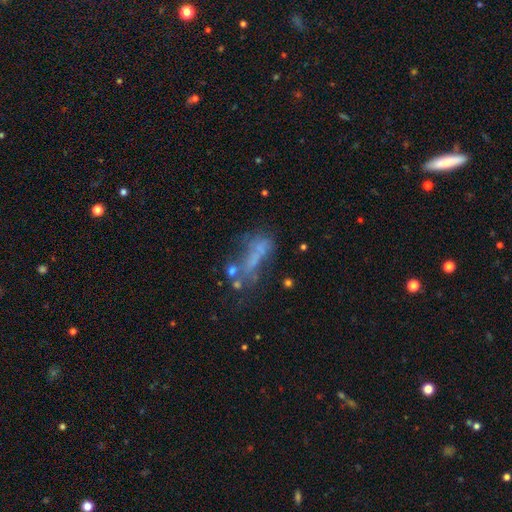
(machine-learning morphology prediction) Smooth or featured? featured or disk (43%)
Merging? none (31%)